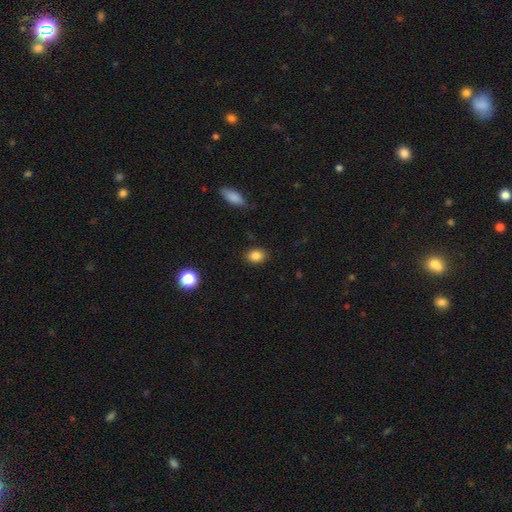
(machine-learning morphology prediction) Q: Smooth or featured?
A: smooth (85%); runner-up: star or artifact (10%)
Q: How rounded?
A: in between (64%); runner-up: round (35%)
Q: Merging?
A: none (86%); runner-up: minor disturbance (10%)